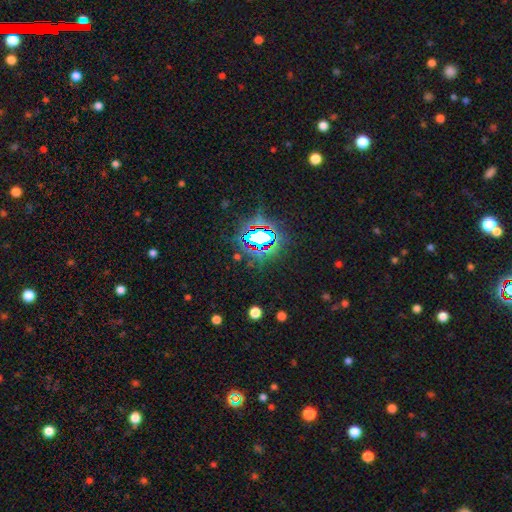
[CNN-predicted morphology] Smooth or featured? star or artifact (83%)